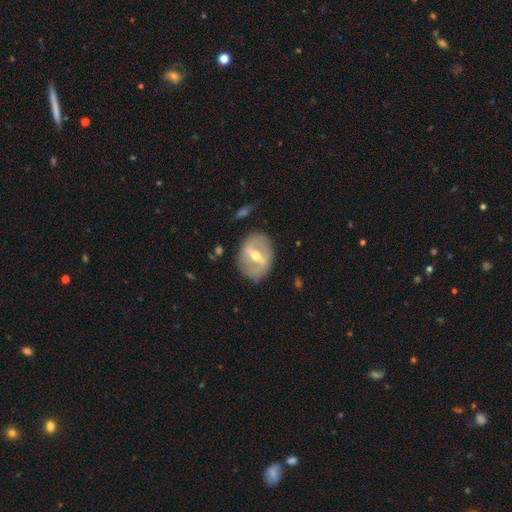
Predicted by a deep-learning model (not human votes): Smooth or featured? featured or disk (70%)
Edge-on disk? no (91%)
Bar? strong (54%)
Spiral arms? no (67%)
Bulge size? moderate (71%)
Merging? none (81%)